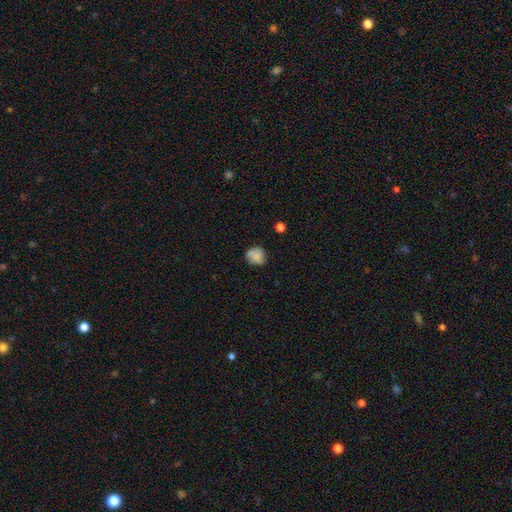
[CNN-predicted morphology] type=smooth (68%); roundness=round (73%); merging=none (62%).